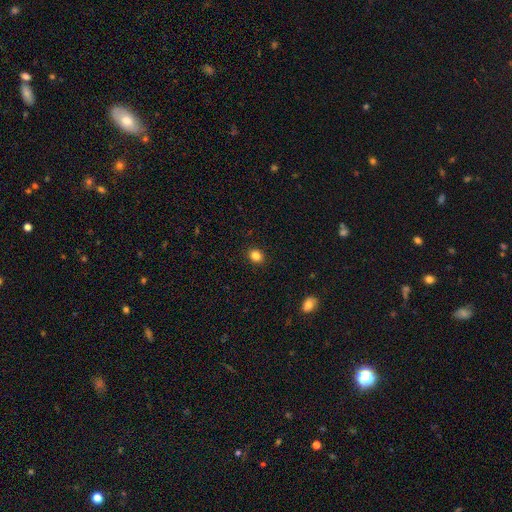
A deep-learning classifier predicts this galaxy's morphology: The model was most divided on "how rounded": round: 58%, in between: 41%, cigar-shaped: 1%. More confident: merging — none (91%); smooth or featured — smooth (84%).